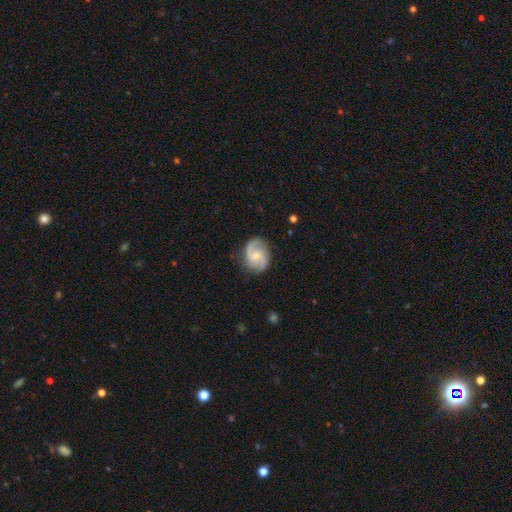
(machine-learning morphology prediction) smooth_or_featured: featured or disk (p=0.82) [alt: smooth p=0.13]
disk_edge_on: no (p=0.98) [alt: yes p=0.02]
bar: weak (p=0.47) [alt: no p=0.46]
has_spiral_arms: yes (p=0.97) [alt: no p=0.03]
spiral_winding: medium (p=0.50) [alt: loose p=0.32]
spiral_arm_count: 2 (p=0.89) [alt: can't tell p=0.04]
bulge_size: small (p=0.52) [alt: moderate p=0.33]
merging: none (p=0.80) [alt: minor disturbance p=0.14]